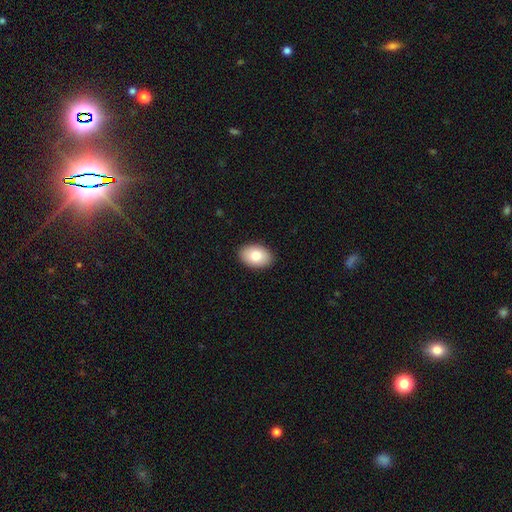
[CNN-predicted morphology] smooth-or-featured: smooth: 81% | featured or disk: 12% | star or artifact: 7%
  how-rounded: in between: 87% | round: 12% | cigar-shaped: 1%
  merging: none: 91% | minor disturbance: 7% | major disturbance: 2% | merger: 1%